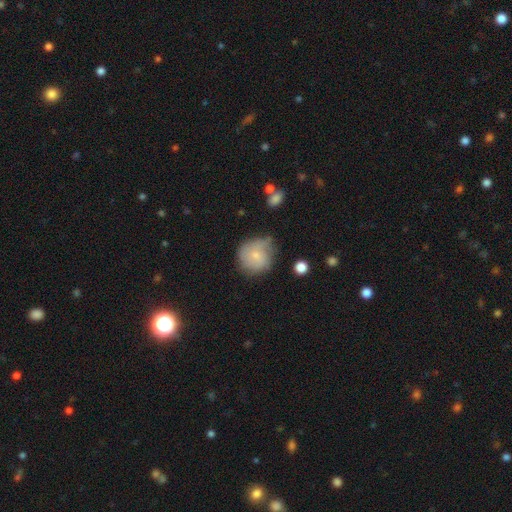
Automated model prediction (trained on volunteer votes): smooth 66%, featured or disk 26%, star or artifact 8%. Down the decision tree: how rounded — round (87%); merging — none (52%).